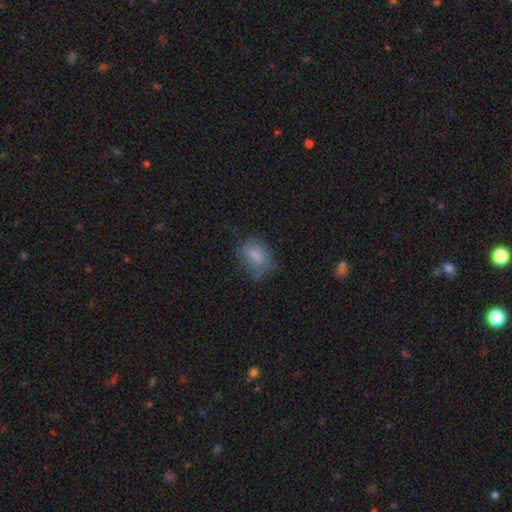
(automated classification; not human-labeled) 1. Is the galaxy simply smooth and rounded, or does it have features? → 80% smooth, 11% featured or disk, 9% star or artifact.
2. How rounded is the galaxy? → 75% in between, 24% round, 2% cigar-shaped.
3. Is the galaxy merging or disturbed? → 61% none, 27% minor disturbance, 11% major disturbance, 2% merger.